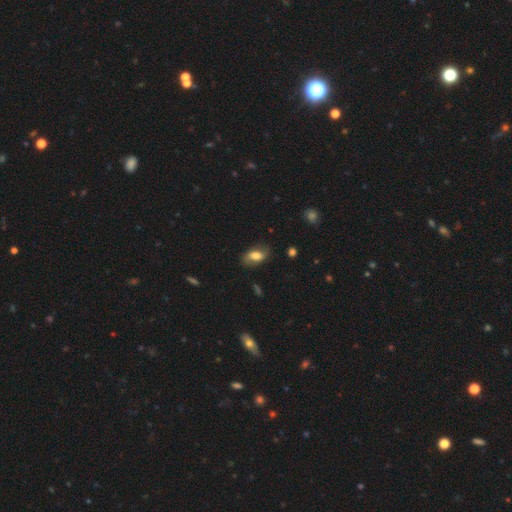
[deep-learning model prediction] Smooth or featured: smooth — 61% (featured or disk — 31%)
How rounded: in between — 88% (round — 9%)
Merging: none — 72% (minor disturbance — 20%)